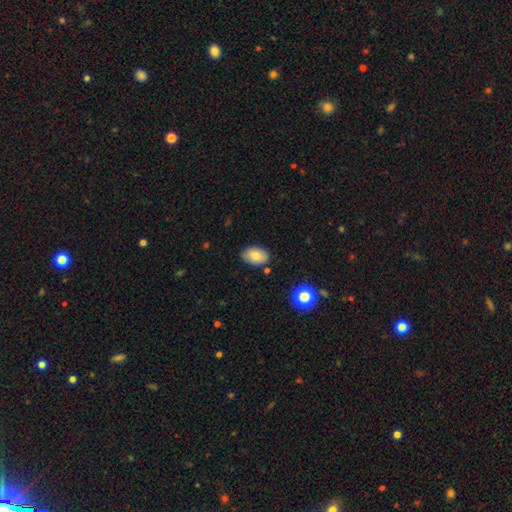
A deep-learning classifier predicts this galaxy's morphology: This is clearly a smooth galaxy (80%). How rounded: clearly in between (89%). Merging: clearly none (82%).